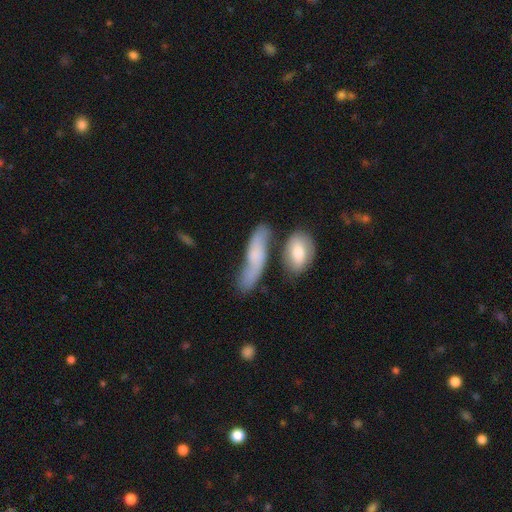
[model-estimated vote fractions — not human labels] Smooth or featured?
  - smooth: 55% *
  - featured or disk: 37%
  - star or artifact: 8%
How rounded?
  - cigar-shaped: 62% *
  - in between: 33%
  - round: 4%
Merging?
  - none: 51% *
  - minor disturbance: 22%
  - merger: 19%
  - major disturbance: 9%